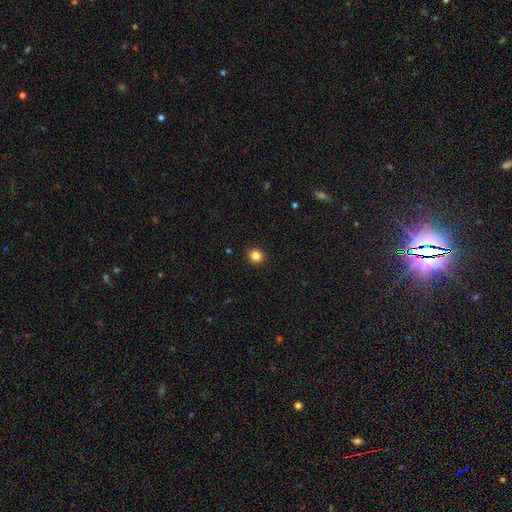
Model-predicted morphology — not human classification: Overall: smooth (84%). How rounded: round (87%). Merging: none (92%).